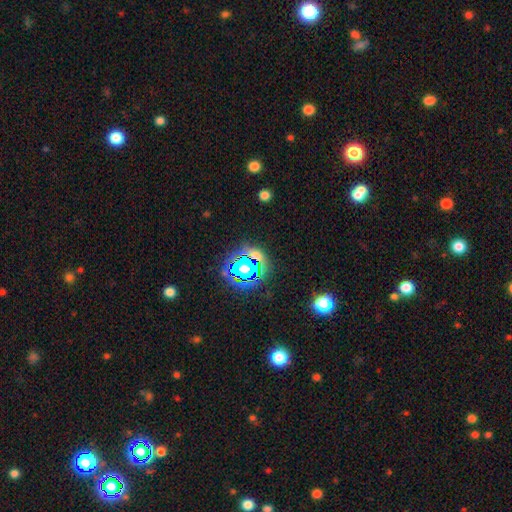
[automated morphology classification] This appears to be a star or artifact, not a galaxy (60%).